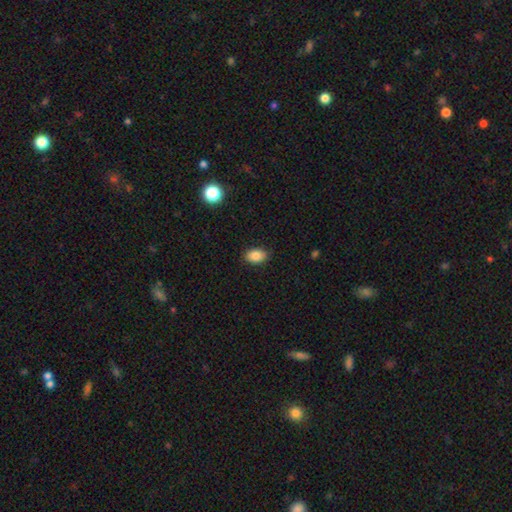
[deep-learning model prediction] This is clearly a smooth galaxy (84%). How rounded: clearly in between (85%). Merging: clearly none (86%).